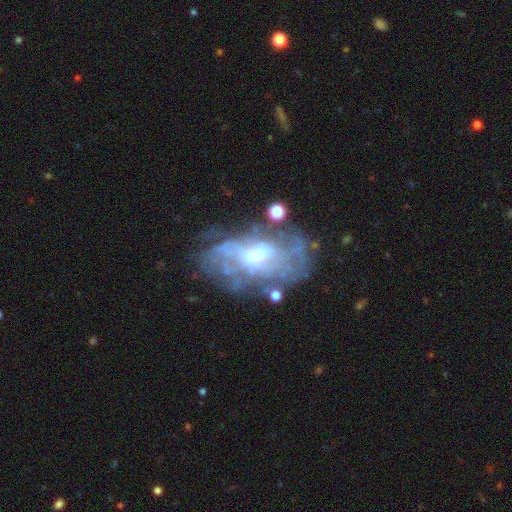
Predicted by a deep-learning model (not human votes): Morphology: type=featured or disk (73%); edge-on=no (94%); bar=no (49%); spiral arms=yes (53%); bulge=moderate (46%); merging=none (48%).